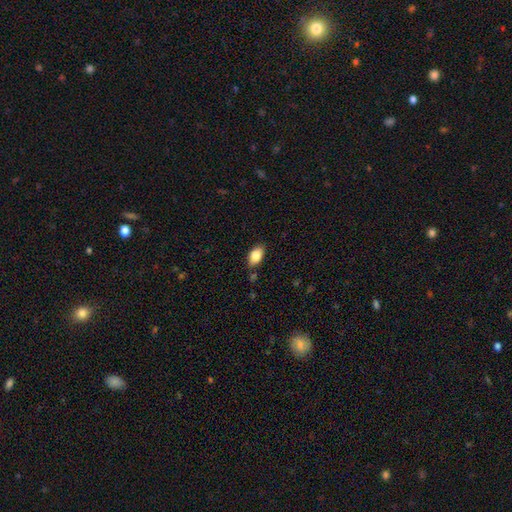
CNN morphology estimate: Smooth or featured? smooth (84%)
How rounded? in between (91%)
Merging? none (83%)